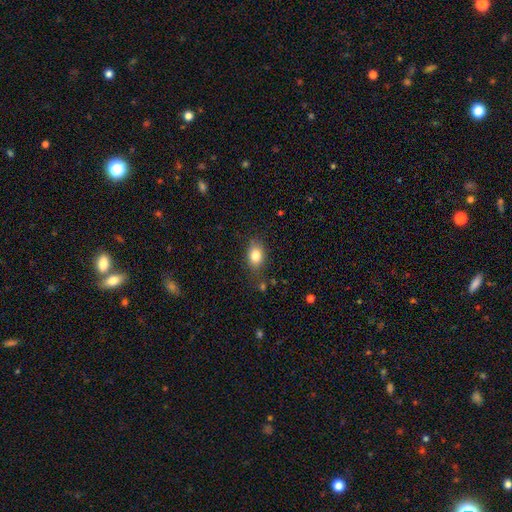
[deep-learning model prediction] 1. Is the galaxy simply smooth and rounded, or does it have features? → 82% smooth, 10% star or artifact, 9% featured or disk.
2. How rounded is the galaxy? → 73% in between, 25% round, 1% cigar-shaped.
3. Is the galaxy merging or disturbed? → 80% none, 14% minor disturbance, 4% major disturbance, 2% merger.